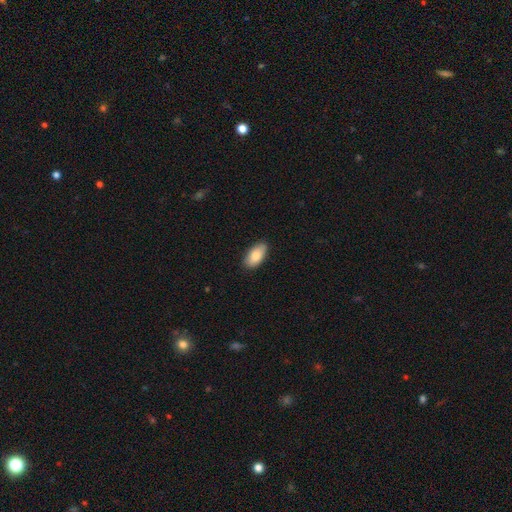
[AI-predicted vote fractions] Overall: smooth (86%). How rounded: in between (93%). Merging: none (86%).